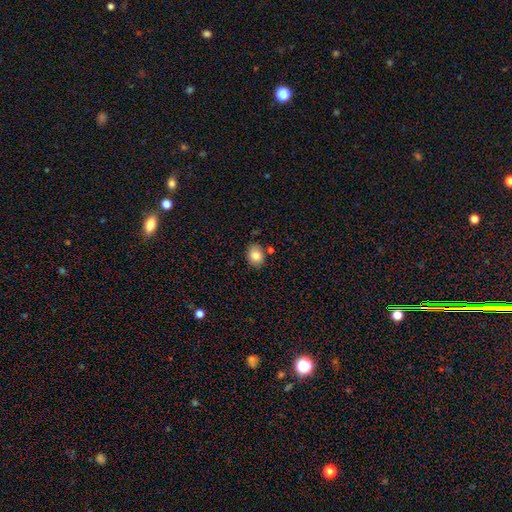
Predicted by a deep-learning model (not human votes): Q: Smooth or featured?
A: smooth (83%); runner-up: star or artifact (9%)
Q: How rounded?
A: round (55%); runner-up: in between (44%)
Q: Merging?
A: none (80%); runner-up: minor disturbance (13%)